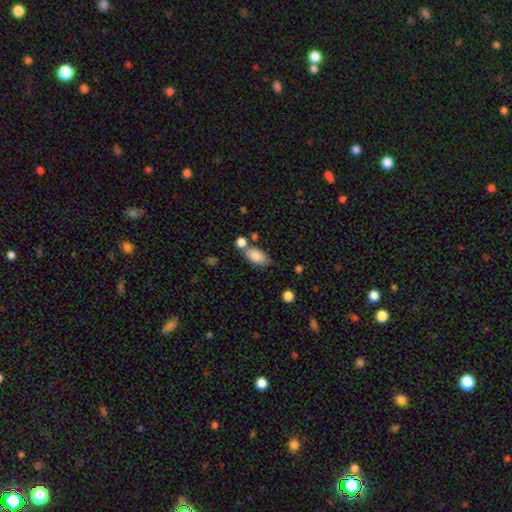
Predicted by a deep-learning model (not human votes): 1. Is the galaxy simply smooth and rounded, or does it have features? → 85% smooth, 8% star or artifact, 7% featured or disk.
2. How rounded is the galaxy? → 91% in between, 7% round, 2% cigar-shaped.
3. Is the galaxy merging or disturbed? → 54% none, 23% merger, 17% minor disturbance, 6% major disturbance.